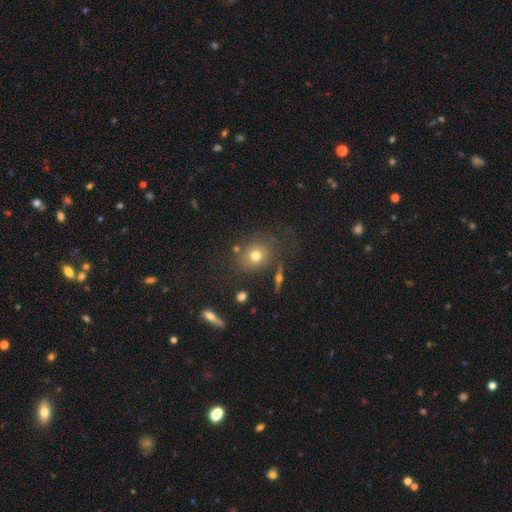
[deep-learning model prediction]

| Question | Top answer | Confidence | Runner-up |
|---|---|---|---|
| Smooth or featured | smooth | 71% | star or artifact (14%) |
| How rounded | round | 63% | in between (36%) |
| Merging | none | 74% | minor disturbance (14%) |